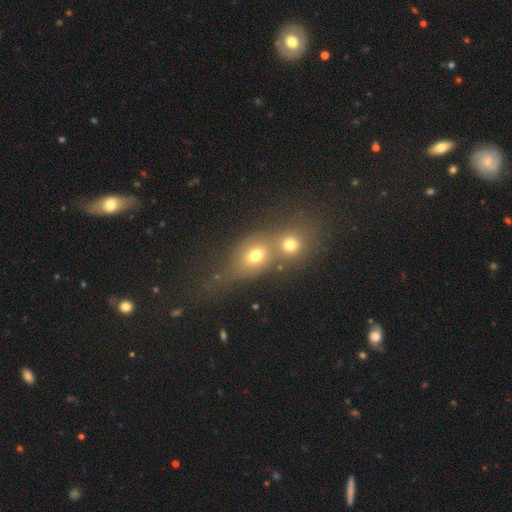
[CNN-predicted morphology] The model was most divided on "how rounded": round: 54%, in between: 42%, cigar-shaped: 4%. More confident: smooth or featured — smooth (68%); merging — merger (63%).